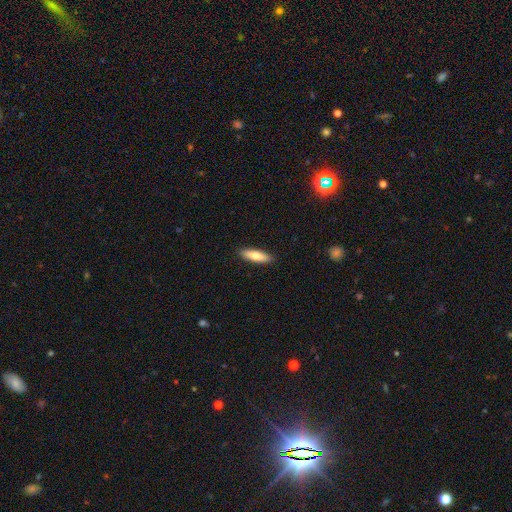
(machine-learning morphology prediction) Smooth or featured?
  - smooth: 73% *
  - featured or disk: 21%
  - star or artifact: 6%
How rounded?
  - cigar-shaped: 60% *
  - in between: 39%
  - round: 2%
Merging?
  - none: 90% *
  - minor disturbance: 7%
  - major disturbance: 2%
  - merger: 1%